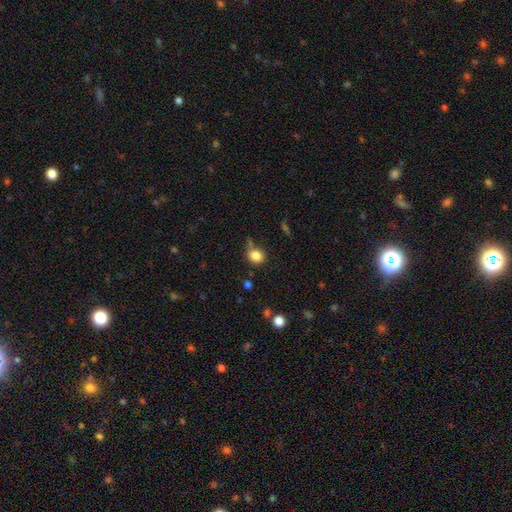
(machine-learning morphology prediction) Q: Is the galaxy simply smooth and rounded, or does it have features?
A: smooth — 84%.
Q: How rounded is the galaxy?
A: round — 73%.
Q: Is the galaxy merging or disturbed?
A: none — 66%.